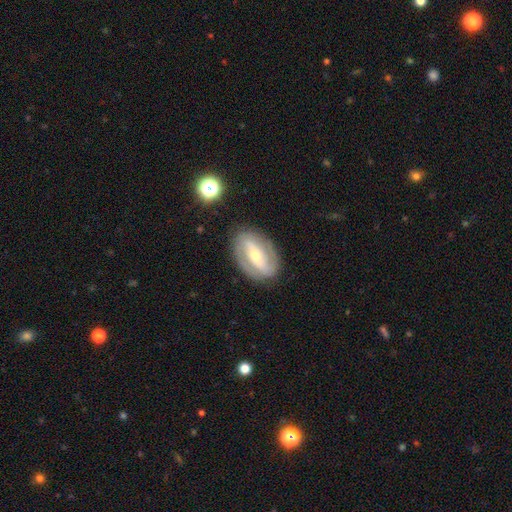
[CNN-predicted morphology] smooth_or_featured: featured or disk (p=0.78) [alt: smooth p=0.16]
disk_edge_on: no (p=0.93) [alt: yes p=0.07]
bar: strong (p=0.56) [alt: weak p=0.27]
has_spiral_arms: yes (p=0.80) [alt: no p=0.20]
spiral_winding: medium (p=0.40) [tied with: tight p=0.40]
spiral_arm_count: 2 (p=0.83) [alt: can't tell p=0.10]
bulge_size: moderate (p=0.50) [alt: small p=0.45]
merging: none (p=0.83) [alt: minor disturbance p=0.12]